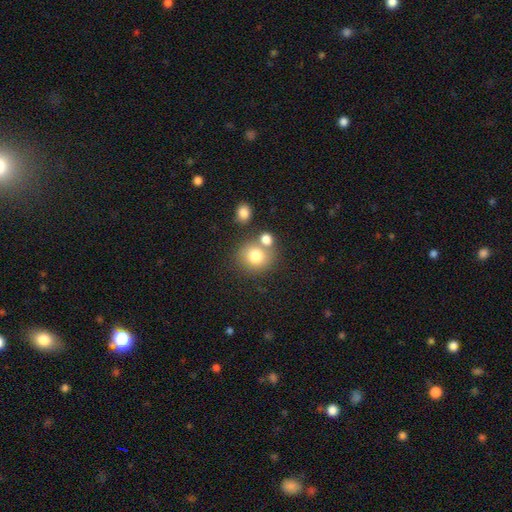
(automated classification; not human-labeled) This appears to be a smooth galaxy with no disk features (78%) that is round (82%). Merging: none (59%).